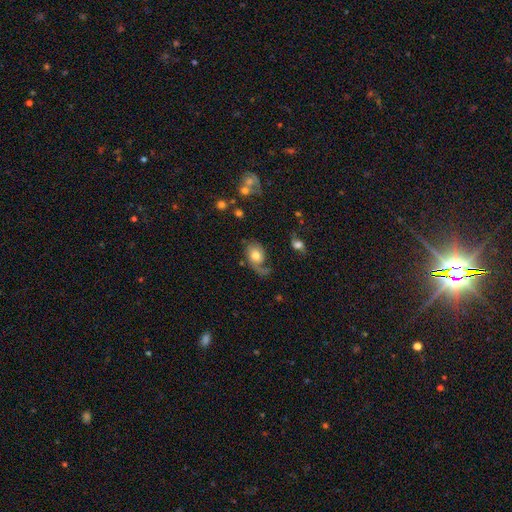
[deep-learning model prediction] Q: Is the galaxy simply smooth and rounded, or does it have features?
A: featured or disk — 52%.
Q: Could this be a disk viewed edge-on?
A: no — 95%.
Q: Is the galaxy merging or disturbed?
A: none — 41%.